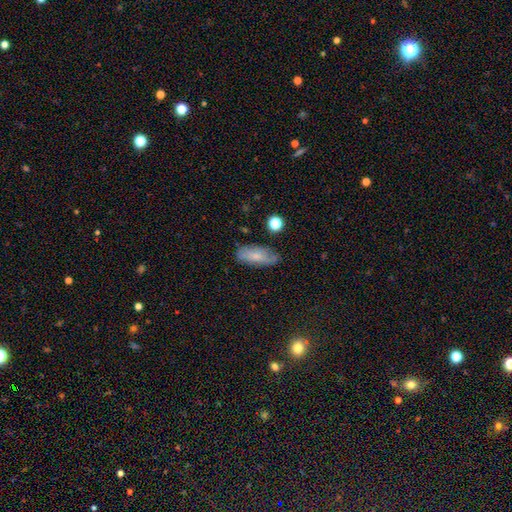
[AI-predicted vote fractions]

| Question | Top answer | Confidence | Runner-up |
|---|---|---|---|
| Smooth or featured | smooth | 70% | featured or disk (23%) |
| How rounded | in between | 80% | cigar-shaped (17%) |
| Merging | none | 70% | minor disturbance (23%) |